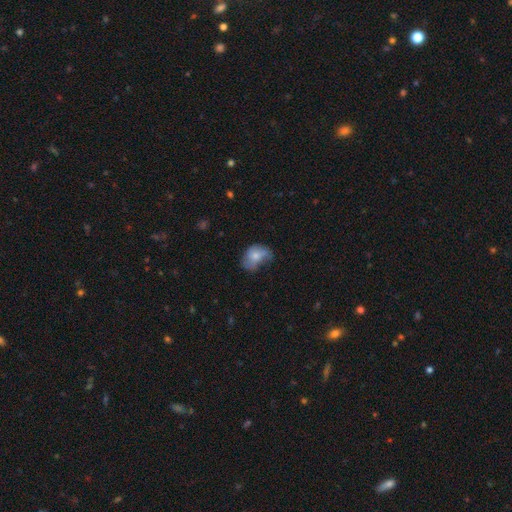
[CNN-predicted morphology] Smooth or featured? Predicted: smooth (p=0.65). How rounded? Predicted: in between (p=0.75). Merging? Predicted: minor disturbance (p=0.36).